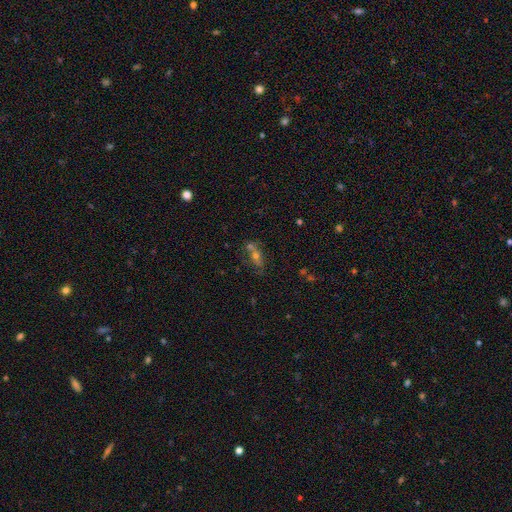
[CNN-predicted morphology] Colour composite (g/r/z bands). It shows a smooth galaxy with no disk features (43%). Merging: none (46%).